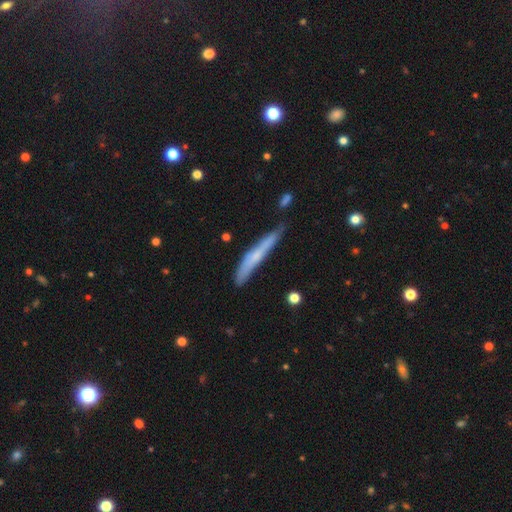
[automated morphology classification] Smooth or featured? smooth (54%)
How rounded? cigar-shaped (95%)
Merging? none (63%)